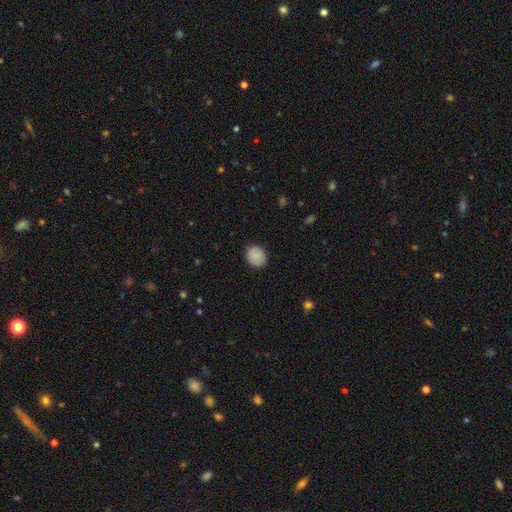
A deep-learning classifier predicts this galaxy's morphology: Smooth or featured? smooth (85%)
How rounded? round (68%)
Merging? none (87%)